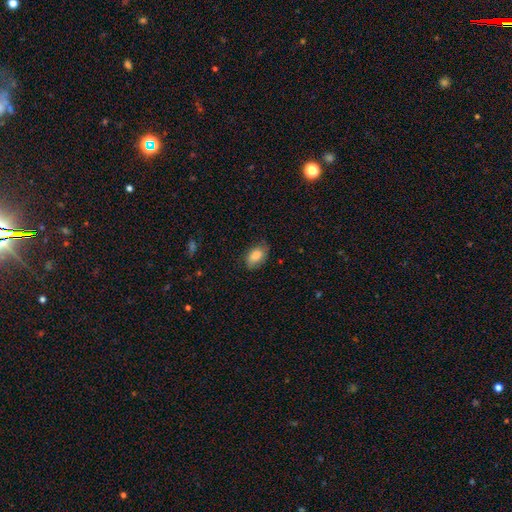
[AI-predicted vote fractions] Smooth or featured? smooth (83%)
How rounded? in between (90%)
Merging? none (76%)